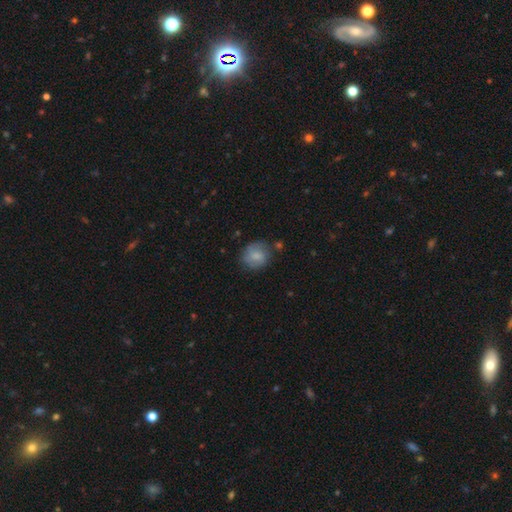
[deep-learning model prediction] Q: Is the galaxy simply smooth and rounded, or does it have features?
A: smooth — 77%.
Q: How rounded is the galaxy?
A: round — 71%.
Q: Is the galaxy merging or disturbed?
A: none — 70%.